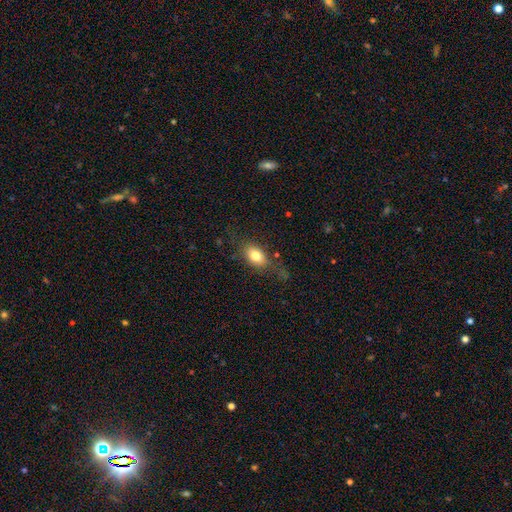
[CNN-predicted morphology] This appears to be a smooth galaxy with no disk features (75%) that is in between round and cigar-shaped (77%). Merging: none (64%).